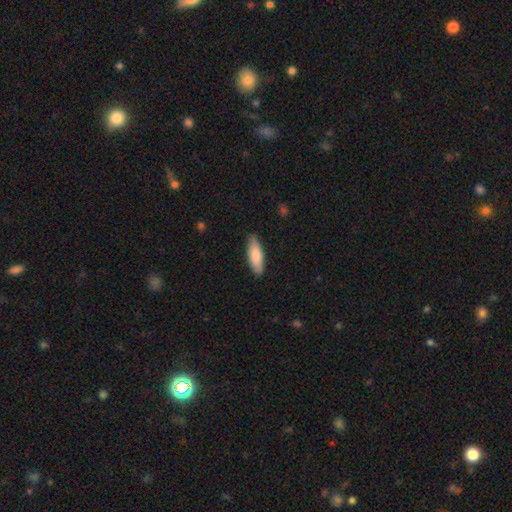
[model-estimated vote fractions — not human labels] The model was most divided on "how rounded": in between: 57%, cigar-shaped: 42%, round: 2%. More confident: merging — none (86%); smooth or featured — smooth (83%).